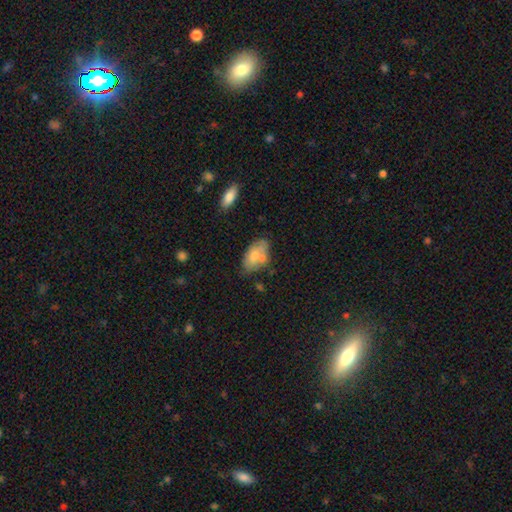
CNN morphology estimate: Smooth or featured?
  - smooth: 68% *
  - featured or disk: 25%
  - star or artifact: 7%
How rounded?
  - in between: 93% *
  - round: 5%
  - cigar-shaped: 2%
Merging?
  - none: 50% *
  - minor disturbance: 26%
  - merger: 16%
  - major disturbance: 8%